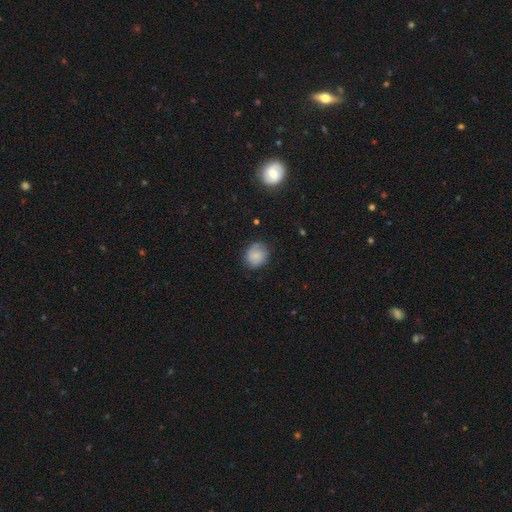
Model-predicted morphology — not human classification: type=smooth (76%); roundness=round (72%); merging=none (71%).